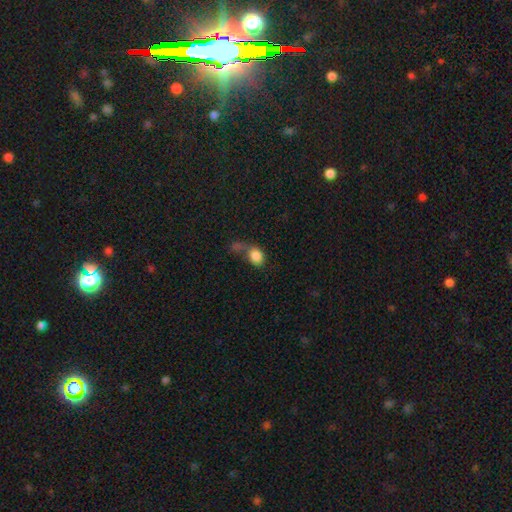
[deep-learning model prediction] Smooth or featured? Predicted: smooth (p=0.82). How rounded? Predicted: in between (p=0.53). Merging? Predicted: merger (p=0.35).